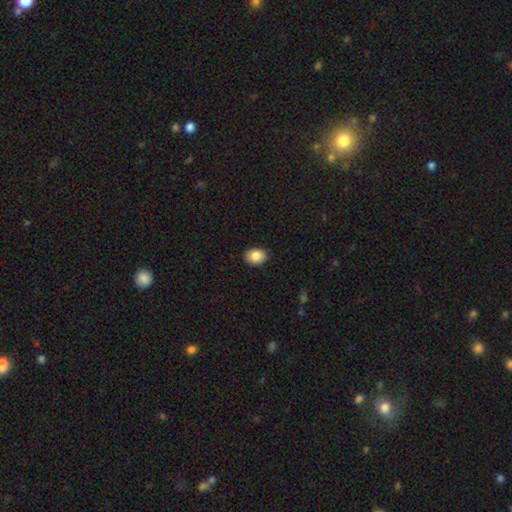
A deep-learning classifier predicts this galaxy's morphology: Q: Smooth or featured?
A: smooth (87%); runner-up: star or artifact (8%)
Q: How rounded?
A: in between (64%); runner-up: round (35%)
Q: Merging?
A: none (89%); runner-up: minor disturbance (8%)